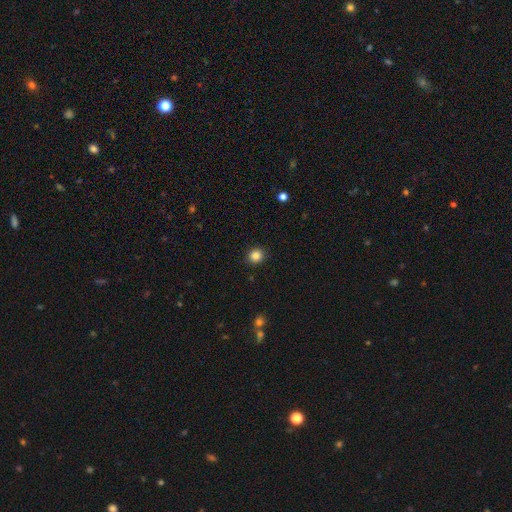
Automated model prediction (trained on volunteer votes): Smooth or featured?
  - smooth: 85% *
  - star or artifact: 11%
  - featured or disk: 4%
How rounded?
  - round: 85% *
  - in between: 14%
  - cigar-shaped: 1%
Merging?
  - none: 91% *
  - minor disturbance: 6%
  - major disturbance: 2%
  - merger: 1%